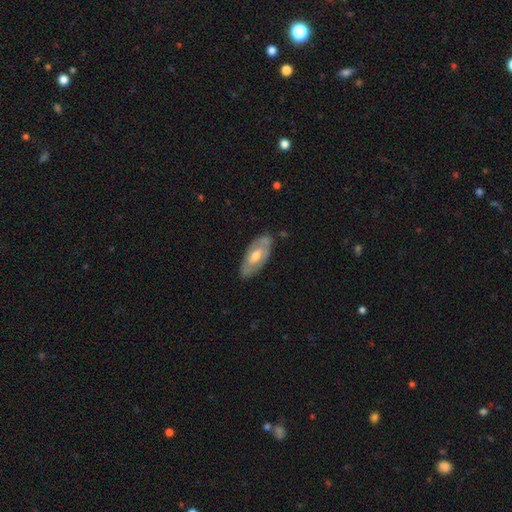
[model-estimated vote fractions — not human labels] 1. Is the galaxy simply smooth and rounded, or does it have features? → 61% featured or disk, 34% smooth, 5% star or artifact.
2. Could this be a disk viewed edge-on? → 84% no, 16% yes.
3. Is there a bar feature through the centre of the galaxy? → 54% no, 36% weak, 10% strong.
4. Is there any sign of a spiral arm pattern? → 50% no (tied), 50% yes (tied).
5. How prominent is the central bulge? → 68% moderate, 20% small, 9% large, 1% none, 1% dominant.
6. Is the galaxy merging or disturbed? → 76% none, 18% minor disturbance, 4% major disturbance, 2% merger.